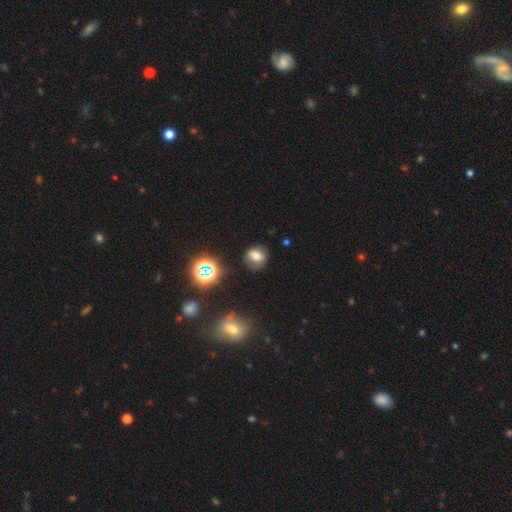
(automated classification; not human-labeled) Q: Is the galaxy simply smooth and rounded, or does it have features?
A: smooth — 66%.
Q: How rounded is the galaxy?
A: round — 64%.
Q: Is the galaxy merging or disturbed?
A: none — 76%.